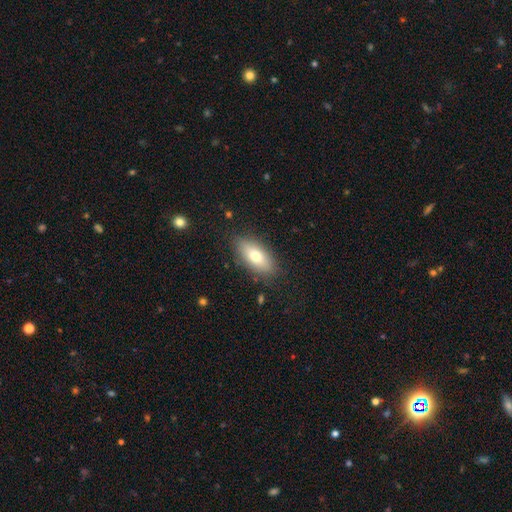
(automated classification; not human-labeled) Smooth or featured? Predicted: smooth (p=0.74). How rounded? Predicted: in between (p=0.85). Merging? Predicted: none (p=0.85).